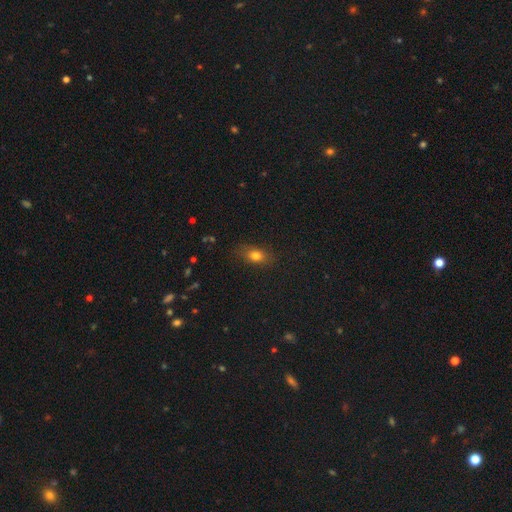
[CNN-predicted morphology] A smooth galaxy with no disk features (77%) that is in between round and cigar-shaped (73%).

Vote fractions:
- Smooth or featured? smooth: 77% / star or artifact: 13% / featured or disk: 11%
- How rounded? in between: 73% / round: 22% / cigar-shaped: 6%
- Merging? none: 80% / minor disturbance: 14% / major disturbance: 4% / merger: 1%